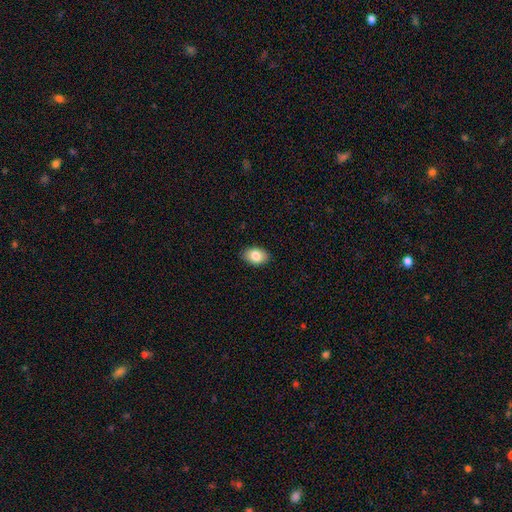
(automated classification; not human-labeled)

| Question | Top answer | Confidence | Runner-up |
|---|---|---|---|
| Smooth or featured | smooth | 84% | featured or disk (8%) |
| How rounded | in between | 85% | round (14%) |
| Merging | none | 88% | minor disturbance (9%) |